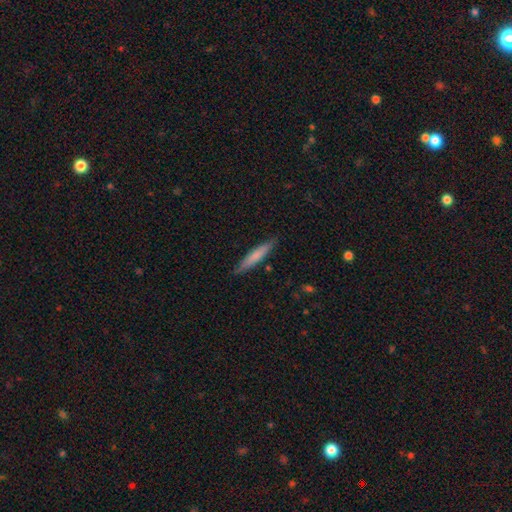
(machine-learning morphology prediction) This is likely a smooth galaxy (70%). How rounded: clearly cigar-shaped (92%). Merging: clearly none (86%).